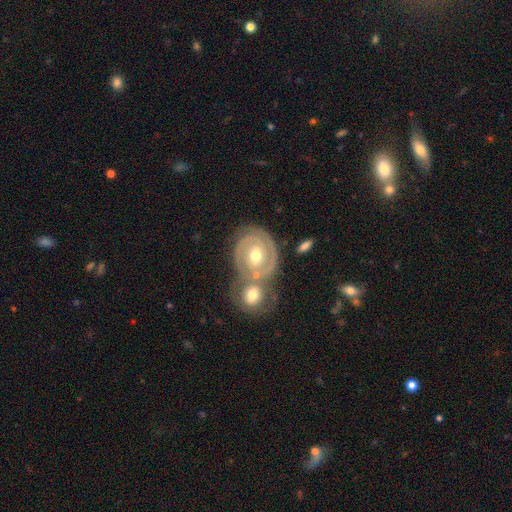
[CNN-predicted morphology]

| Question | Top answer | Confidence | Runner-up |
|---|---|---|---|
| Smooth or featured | featured or disk | 85% | smooth (10%) |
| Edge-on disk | no | 97% | yes (3%) |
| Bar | no | 52% | weak (36%) |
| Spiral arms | yes | 93% | no (7%) |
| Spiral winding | tight | 76% | medium (20%) |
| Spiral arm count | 2 | 69% | can't tell (12%) |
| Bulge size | moderate | 76% | small (16%) |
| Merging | none | 44% | merger (37%) |